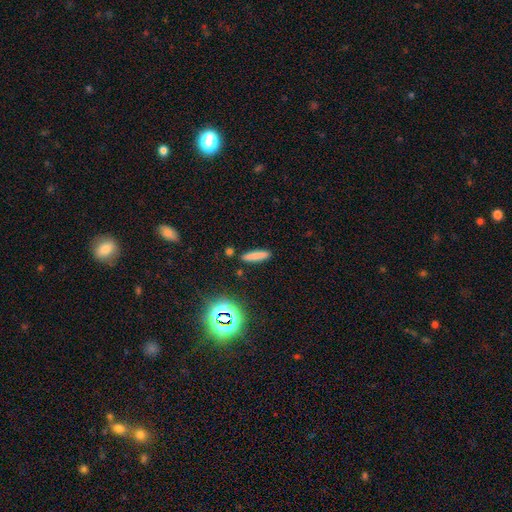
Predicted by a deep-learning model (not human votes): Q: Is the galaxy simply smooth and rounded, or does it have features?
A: smooth — 78%.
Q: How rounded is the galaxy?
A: cigar-shaped — 86%.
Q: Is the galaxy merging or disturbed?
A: none — 87%.